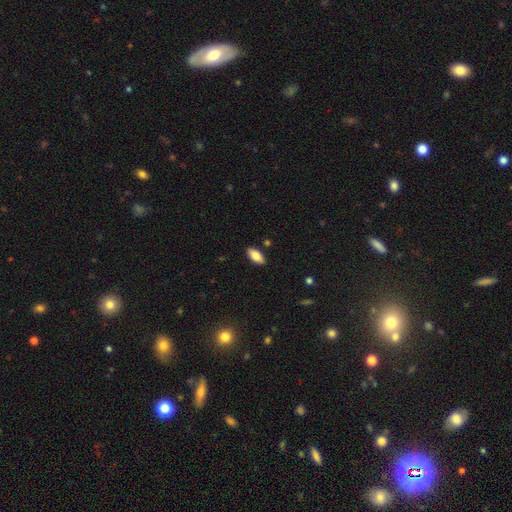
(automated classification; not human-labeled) Q: Smooth or featured?
A: smooth (82%); runner-up: featured or disk (11%)
Q: How rounded?
A: in between (90%); runner-up: cigar-shaped (8%)
Q: Merging?
A: none (88%); runner-up: minor disturbance (9%)